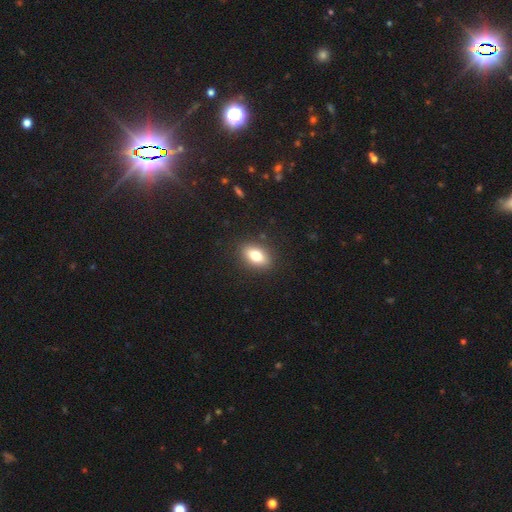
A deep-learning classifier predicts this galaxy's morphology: The model was most divided on "smooth or featured": smooth: 76%, featured or disk: 15%, star or artifact: 9%. More confident: merging — none (88%); how rounded — in between (83%).